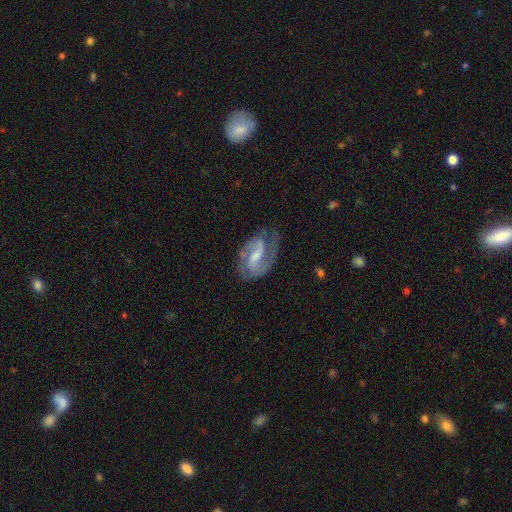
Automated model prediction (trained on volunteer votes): Smooth or featured?
  - featured or disk: 84% *
  - smooth: 11%
  - star or artifact: 5%
Edge-on disk?
  - no: 97% *
  - yes: 3%
Bar?
  - weak: 49% *
  - strong: 32%
  - no: 19%
Spiral arms?
  - yes: 95% *
  - no: 5%
Spiral winding?
  - medium: 53% *
  - tight: 25%
  - loose: 22%
Spiral arm count?
  - 2: 80% *
  - 1: 9%
  - can't tell: 6%
  - 3: 3%
  - 4: 1%
  - more than 4: 1%
Bulge size?
  - small: 45% *
  - moderate: 39%
  - none: 10%
  - large: 4%
  - dominant: 1%
Merging?
  - none: 64% *
  - minor disturbance: 22%
  - major disturbance: 13%
  - merger: 2%